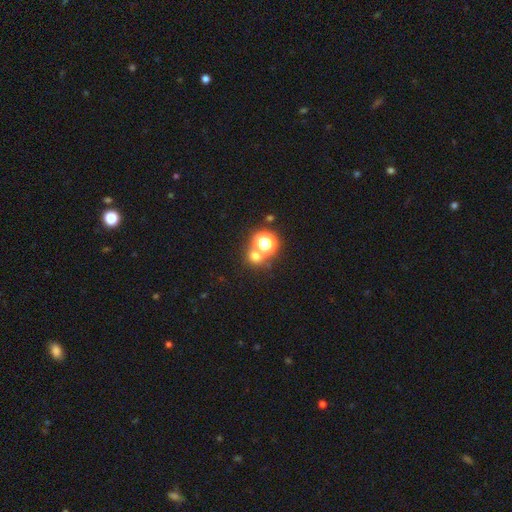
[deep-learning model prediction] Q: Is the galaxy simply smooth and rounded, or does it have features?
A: smooth — 58%.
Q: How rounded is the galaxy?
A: round — 85%.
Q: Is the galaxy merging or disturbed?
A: none — 65%.